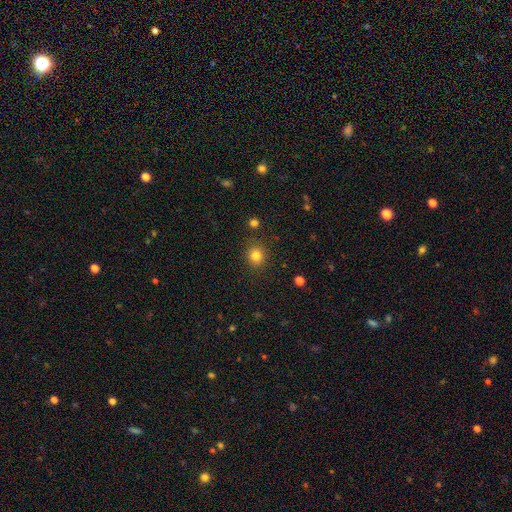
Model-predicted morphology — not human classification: Overall: smooth (82%). How rounded: round (81%). Merging: none (87%).